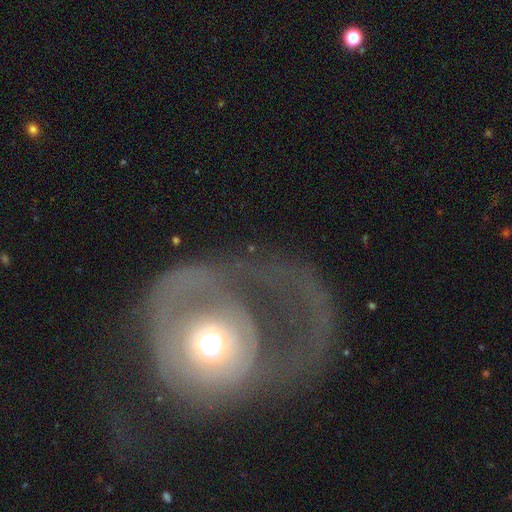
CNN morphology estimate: A featured or disk galaxy (58%) with no bar (85%), no spiral arms (61%) and a moderate central bulge (68%).

Vote fractions:
- Smooth or featured? featured or disk: 58% / smooth: 32% / star or artifact: 10%
- Edge-on disk? no: 96% / yes: 4%
- Bar? no: 85% / weak: 10% / strong: 4%
- Spiral arms? no: 61% / yes: 39%
- Bulge size? moderate: 68% / large: 16% / small: 11% / dominant: 3% / none: 1%
- Merging? major disturbance: 61% / none: 22% / minor disturbance: 12% / merger: 5%